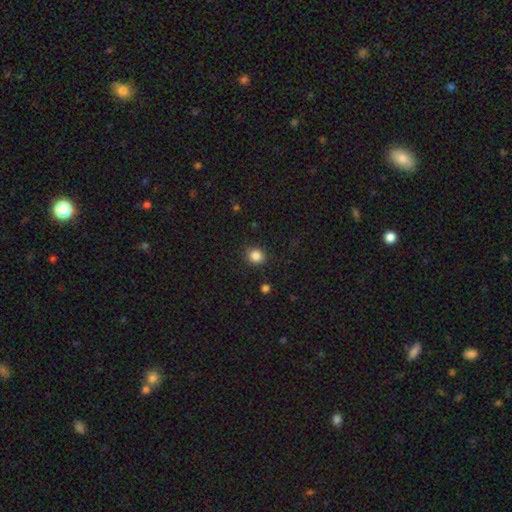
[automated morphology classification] Overall: smooth (85%). How rounded: round (77%). Merging: none (89%).